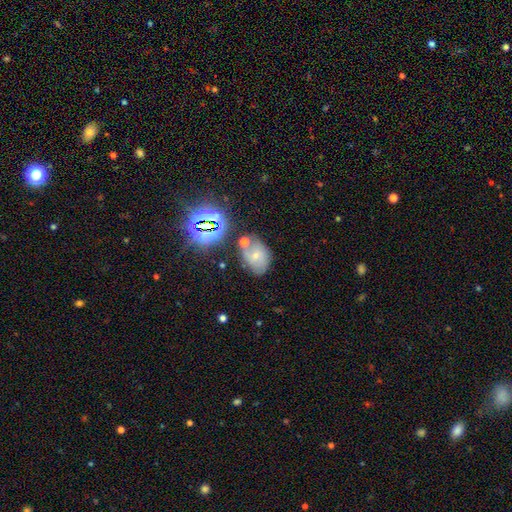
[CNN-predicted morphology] Smooth or featured? smooth (52%)
How rounded? in between (72%)
Merging? none (55%)